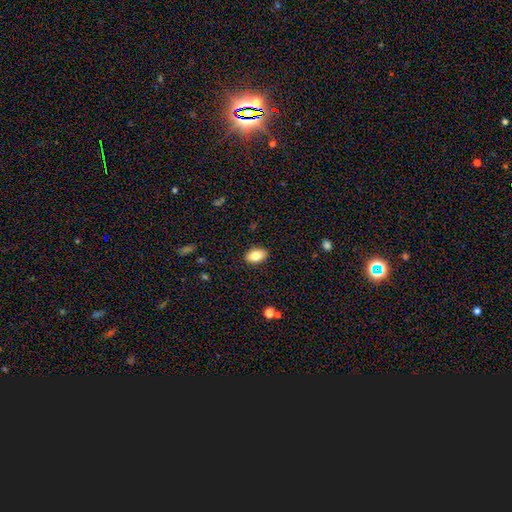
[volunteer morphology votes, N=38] Overall: smooth (79%). How rounded: in between (97%). Merging: none (89%).